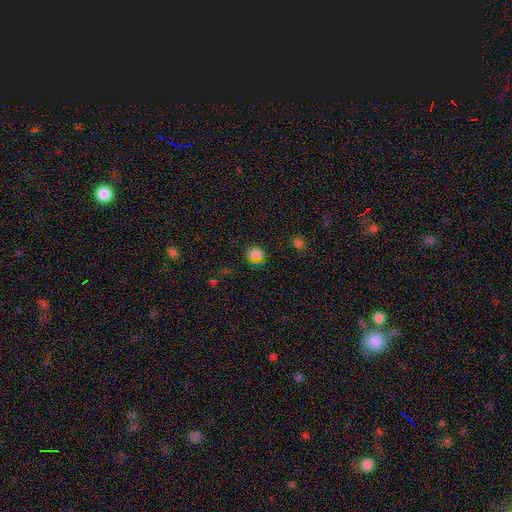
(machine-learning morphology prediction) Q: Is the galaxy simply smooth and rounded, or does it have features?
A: smooth — 68%.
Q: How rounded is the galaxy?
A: round — 81%.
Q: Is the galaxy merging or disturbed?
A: none — 85%.